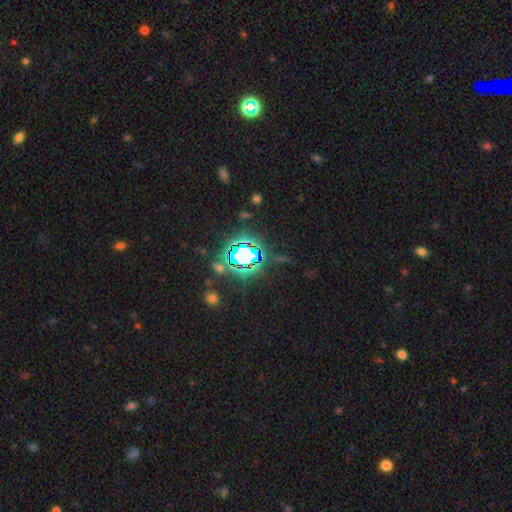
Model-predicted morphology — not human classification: A star or artifact, not a galaxy (81%).

Vote fractions:
- Smooth or featured? star or artifact: 81% / smooth: 11% / featured or disk: 8%